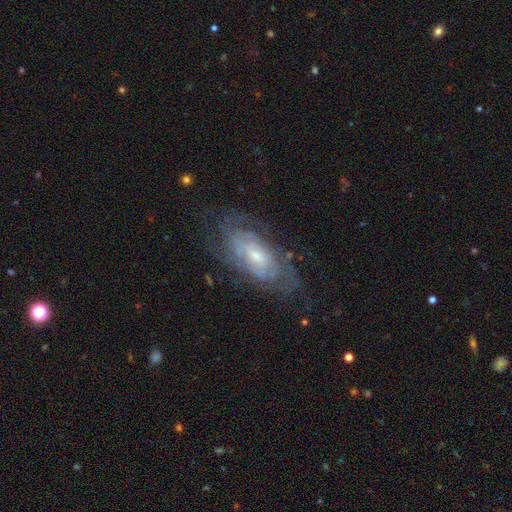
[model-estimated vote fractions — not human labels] smooth_or_featured: featured or disk (p=0.75) [alt: smooth p=0.18]
disk_edge_on: no (p=0.91) [alt: yes p=0.09]
bar: no (p=0.61) [alt: weak p=0.32]
has_spiral_arms: yes (p=0.80) [alt: no p=0.20]
spiral_winding: tight (p=0.64) [alt: medium p=0.27]
spiral_arm_count: can't tell (p=0.62) [alt: 2 p=0.17]
bulge_size: small (p=0.54) [alt: moderate p=0.39]
merging: none (p=0.68) [alt: minor disturbance p=0.20]